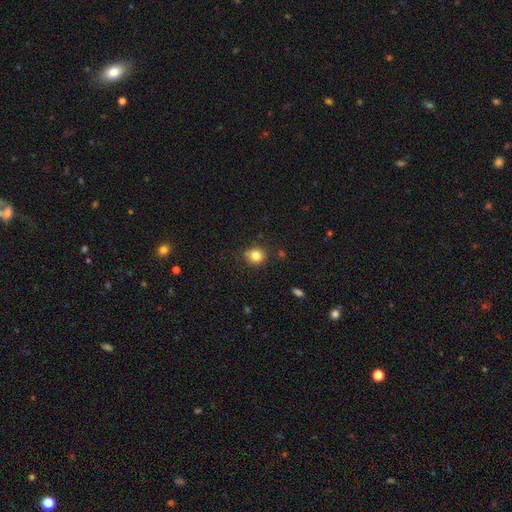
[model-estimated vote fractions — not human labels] The model was most divided on "merging": none: 80%, minor disturbance: 14%, merger: 3%, major disturbance: 3%. More confident: how rounded — round (87%); smooth or featured — smooth (82%).